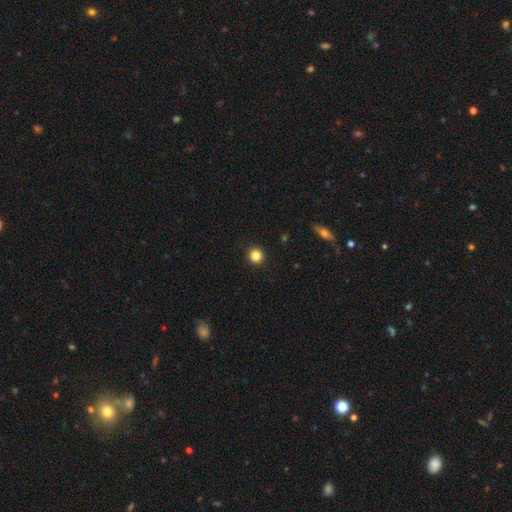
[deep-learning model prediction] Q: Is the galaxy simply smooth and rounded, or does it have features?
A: smooth — 83%.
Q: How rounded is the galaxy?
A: round — 94%.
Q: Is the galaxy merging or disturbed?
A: none — 93%.